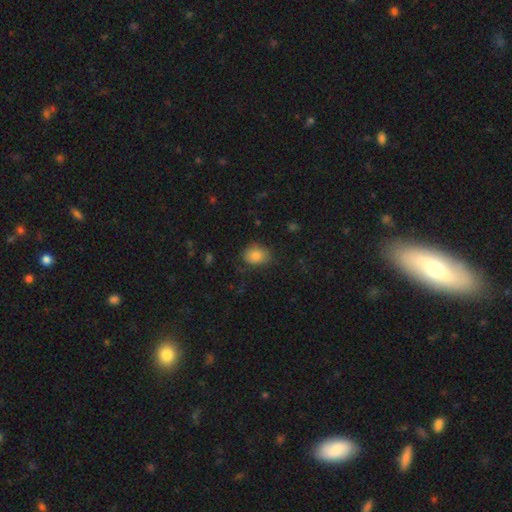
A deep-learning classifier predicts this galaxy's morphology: Smooth or featured? Predicted: smooth (p=0.82). How rounded? Predicted: in between (p=0.52). Merging? Predicted: none (p=0.69).